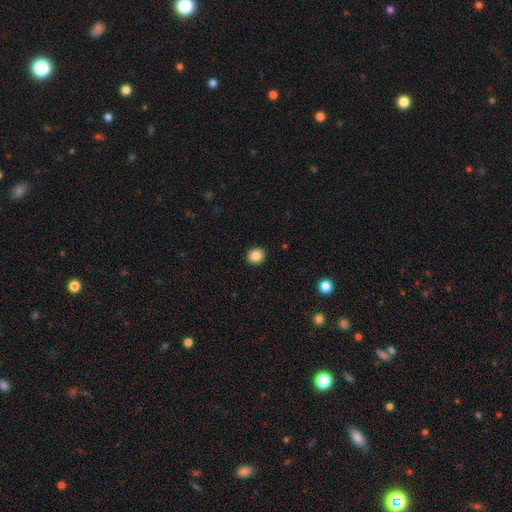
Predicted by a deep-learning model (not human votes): smooth-or-featured: smooth: 86% | star or artifact: 9% | featured or disk: 4%
  how-rounded: round: 68% | in between: 31% | cigar-shaped: 1%
  merging: none: 92% | minor disturbance: 5% | major disturbance: 2% | merger: 1%